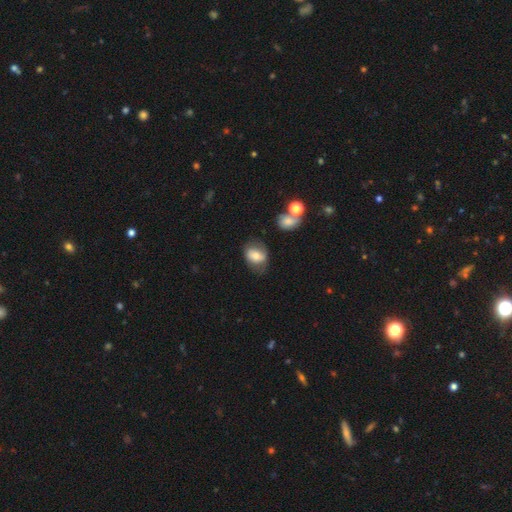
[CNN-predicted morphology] The model was most divided on "how rounded": in between: 59%, round: 40%, cigar-shaped: 1%. More confident: smooth or featured — smooth (64%); merging — none (62%).